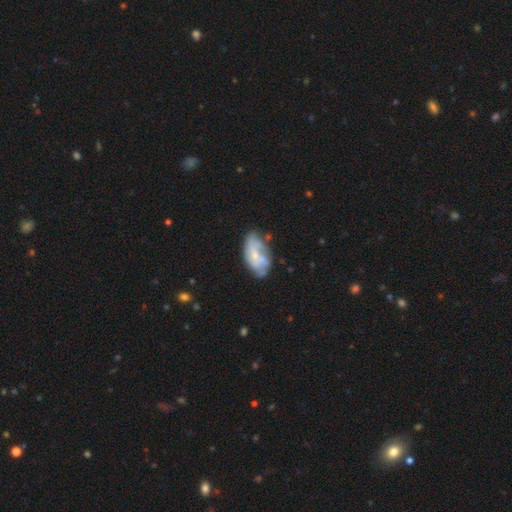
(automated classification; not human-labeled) Smooth or featured: featured or disk — 51% (smooth — 41%)
Edge-on disk: no — 95% (yes — 5%)
Merging: none — 49% (minor disturbance — 29%)